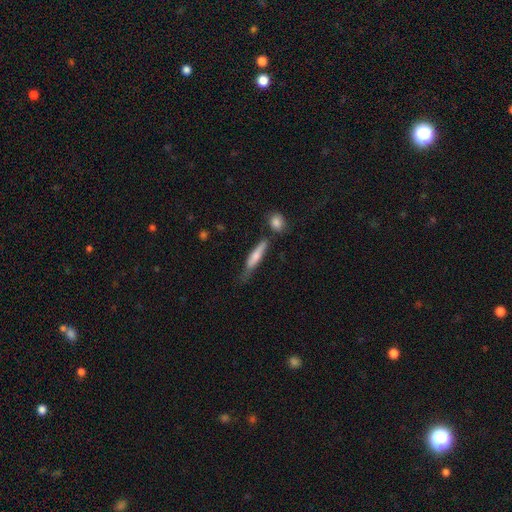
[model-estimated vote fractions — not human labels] smooth_or_featured: smooth (p=0.57) [alt: featured or disk p=0.36]
how_rounded: cigar-shaped (p=0.86) [alt: in between p=0.11]
merging: none (p=0.57) [alt: minor disturbance p=0.25]